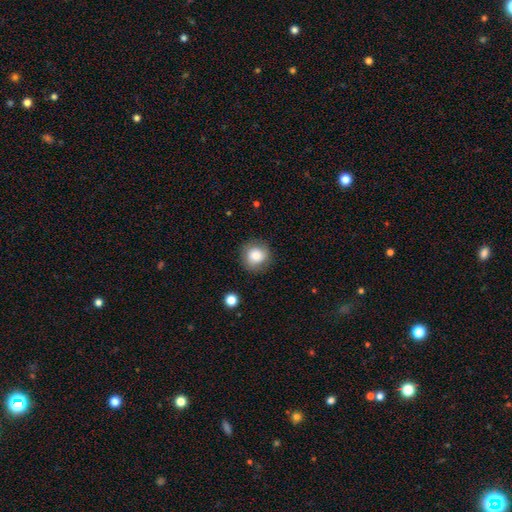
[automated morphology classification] smooth-or-featured: smooth: 81% | featured or disk: 10% | star or artifact: 9%
  how-rounded: round: 89% | in between: 10% | cigar-shaped: 1%
  merging: none: 83% | minor disturbance: 12% | major disturbance: 4% | merger: 1%